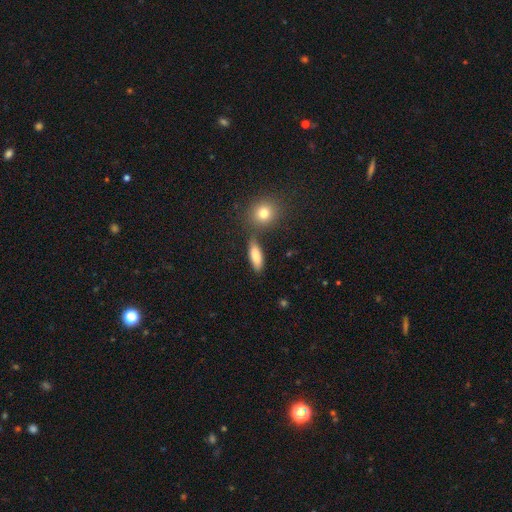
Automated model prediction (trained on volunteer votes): Q: Smooth or featured?
A: smooth (82%); runner-up: featured or disk (9%)
Q: How rounded?
A: in between (62%); runner-up: cigar-shaped (33%)
Q: Merging?
A: none (74%); runner-up: minor disturbance (14%)